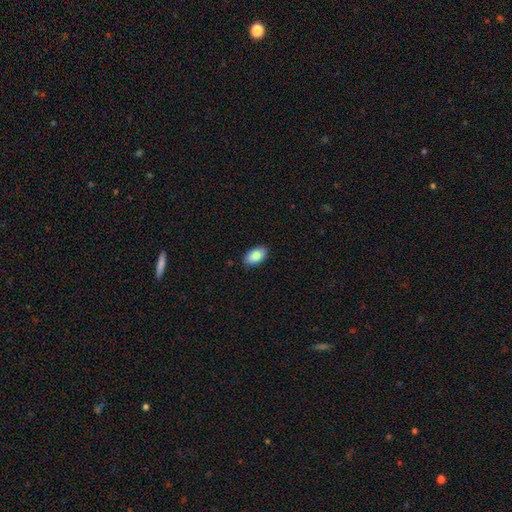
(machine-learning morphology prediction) Q: Smooth or featured?
A: smooth (88%); runner-up: star or artifact (6%)
Q: How rounded?
A: in between (94%); runner-up: round (4%)
Q: Merging?
A: none (87%); runner-up: minor disturbance (10%)